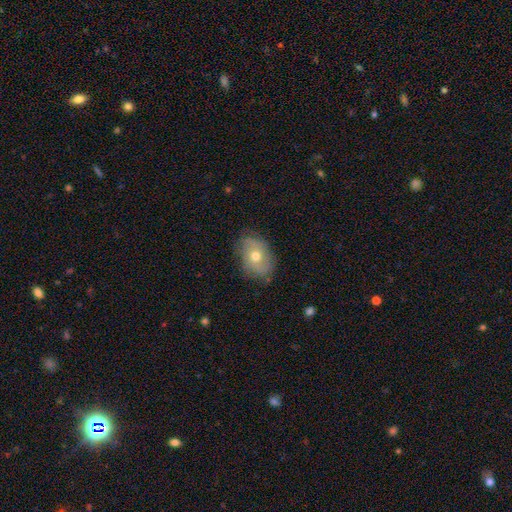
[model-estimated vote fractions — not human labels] The model was most divided on "smooth or featured": smooth: 57%, featured or disk: 34%, star or artifact: 9%. More confident: how rounded — in between (76%); merging — none (73%).